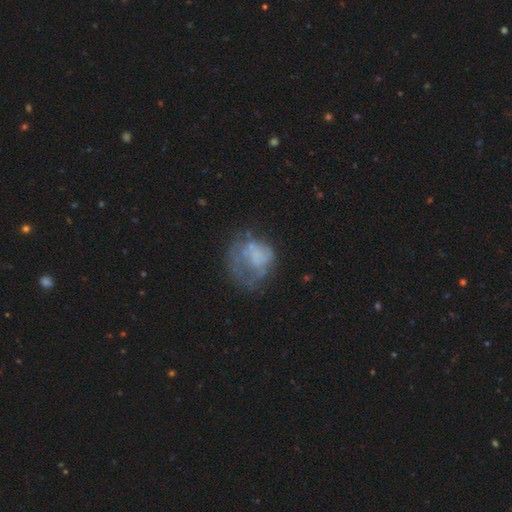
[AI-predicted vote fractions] The model was most divided on "merging": major disturbance: 37%, none: 36%, minor disturbance: 22%, merger: 4%. Remaining: smooth or featured — featured or disk (48%).